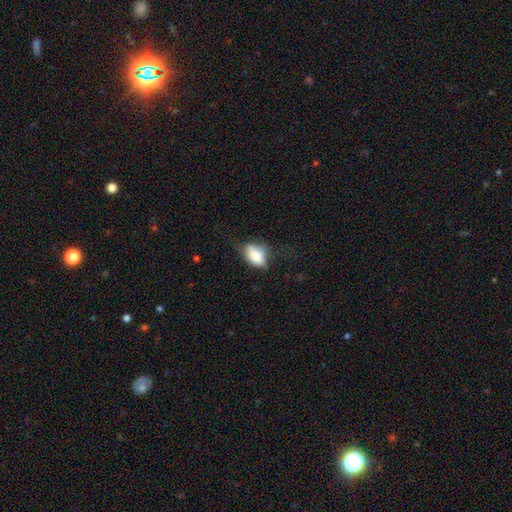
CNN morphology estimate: The model was most divided on "merging": none: 44%, minor disturbance: 33%, major disturbance: 20%, merger: 2%. More confident: how rounded — in between (81%); smooth or featured — smooth (72%).